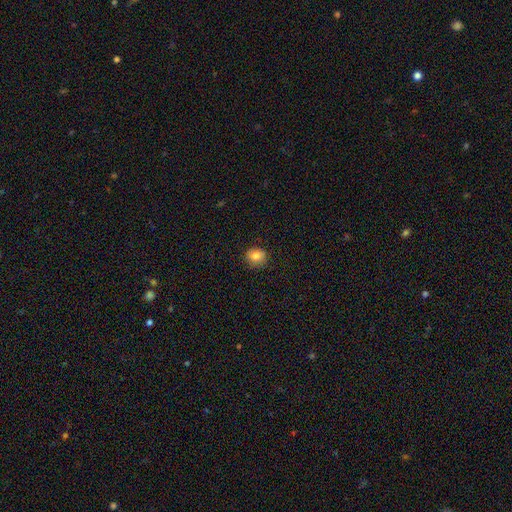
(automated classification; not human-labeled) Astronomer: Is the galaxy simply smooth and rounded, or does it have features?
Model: smooth — 81%.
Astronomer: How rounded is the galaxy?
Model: round — 72%.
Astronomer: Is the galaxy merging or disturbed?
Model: none — 84%.